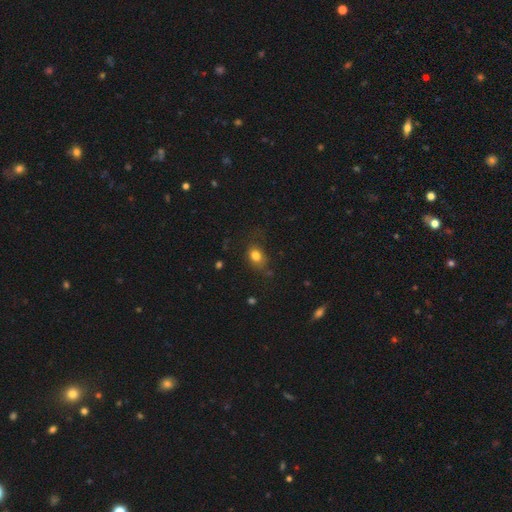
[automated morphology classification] This appears to be a smooth galaxy with no disk features (81%) that is in between round and cigar-shaped (59%). Merging: none (68%).